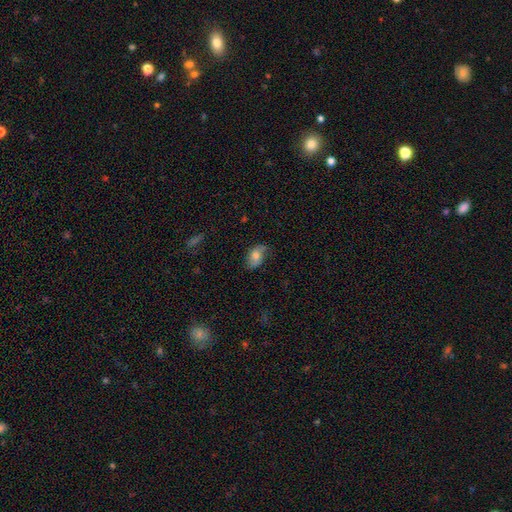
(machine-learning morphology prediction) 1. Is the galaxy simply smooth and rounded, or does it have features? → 64% smooth, 28% featured or disk, 8% star or artifact.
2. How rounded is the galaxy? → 88% in between, 10% round, 2% cigar-shaped.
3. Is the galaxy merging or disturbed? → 61% none, 28% minor disturbance, 9% major disturbance, 2% merger.